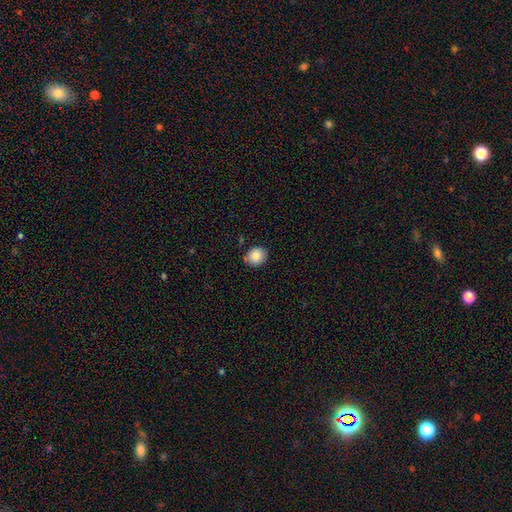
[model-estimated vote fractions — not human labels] This is clearly a smooth galaxy (87%). How rounded: likely round (78%). Merging: clearly none (81%).